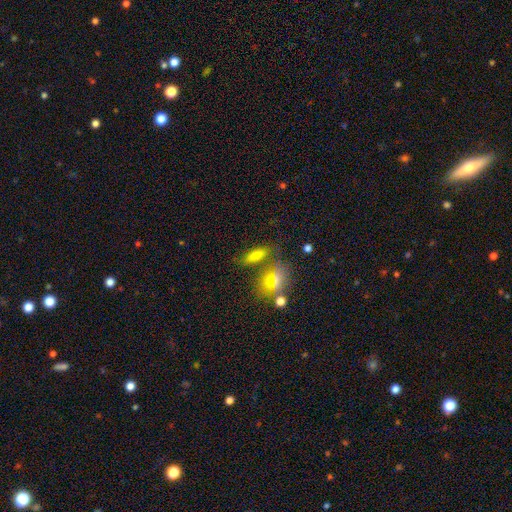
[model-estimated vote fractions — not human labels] Smooth or featured?
  - smooth: 69% *
  - star or artifact: 17%
  - featured or disk: 14%
How rounded?
  - in between: 59% *
  - cigar-shaped: 34%
  - round: 7%
Merging?
  - none: 69% *
  - merger: 13%
  - minor disturbance: 13%
  - major disturbance: 6%